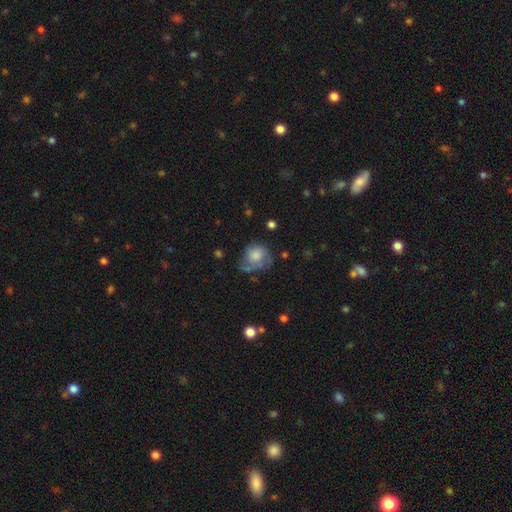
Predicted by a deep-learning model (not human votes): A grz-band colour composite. It shows a smooth galaxy with no disk features (57%) that is round (67%). Merging: none (41%).